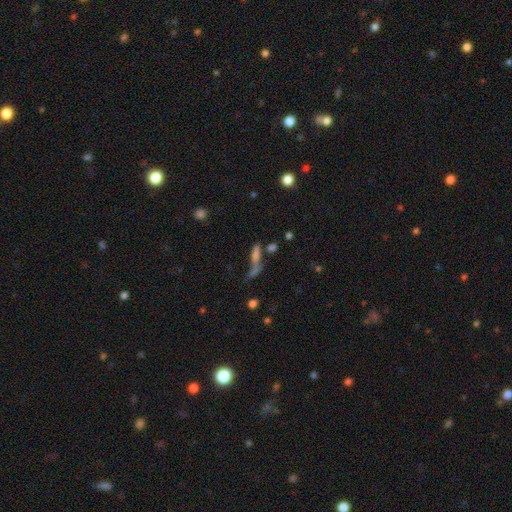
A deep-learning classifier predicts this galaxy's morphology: A smooth galaxy with no disk features (43%). Merging: none (41%).